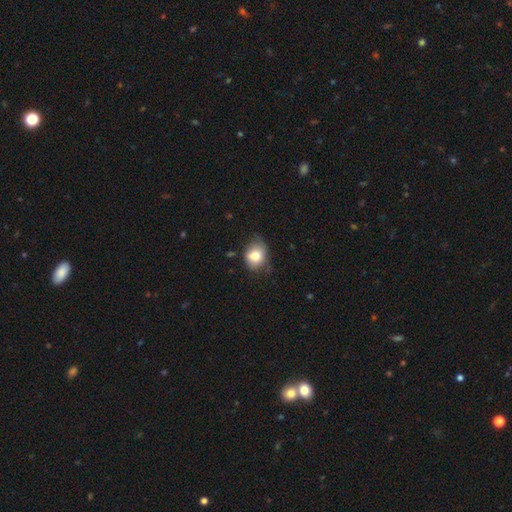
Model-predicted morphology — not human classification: Smooth or featured?
  - smooth: 79% *
  - featured or disk: 13%
  - star or artifact: 9%
How rounded?
  - in between: 56% *
  - round: 43%
  - cigar-shaped: 1%
Merging?
  - none: 56% *
  - minor disturbance: 34%
  - major disturbance: 9%
  - merger: 2%